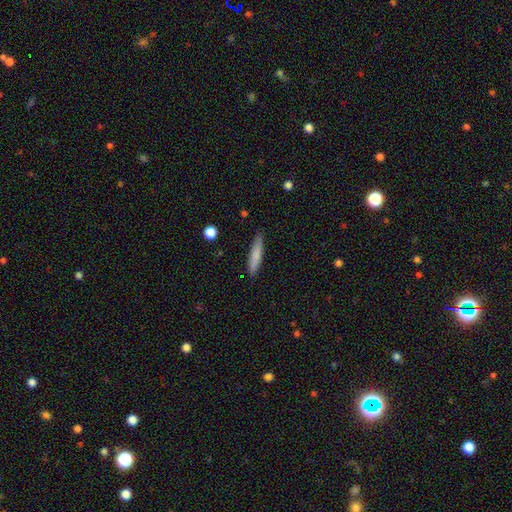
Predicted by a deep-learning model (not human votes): Smooth or featured: smooth — 79% (featured or disk — 15%)
How rounded: cigar-shaped — 87% (in between — 12%)
Merging: none — 87% (minor disturbance — 10%)